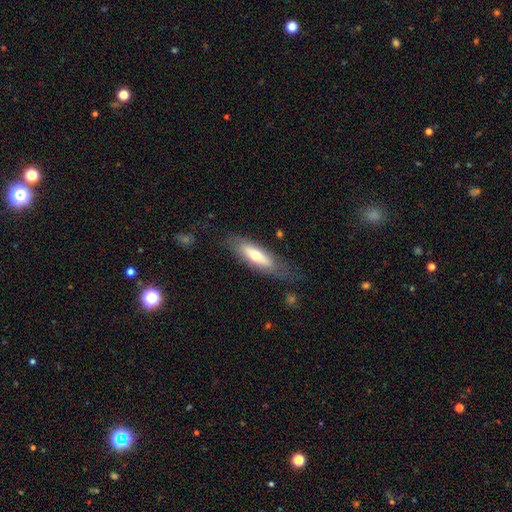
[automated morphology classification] smooth-or-featured: smooth: 58% | featured or disk: 36% | star or artifact: 6%
  how-rounded: in between: 53% | cigar-shaped: 45% | round: 2%
  merging: none: 66% | minor disturbance: 22% | major disturbance: 10% | merger: 2%